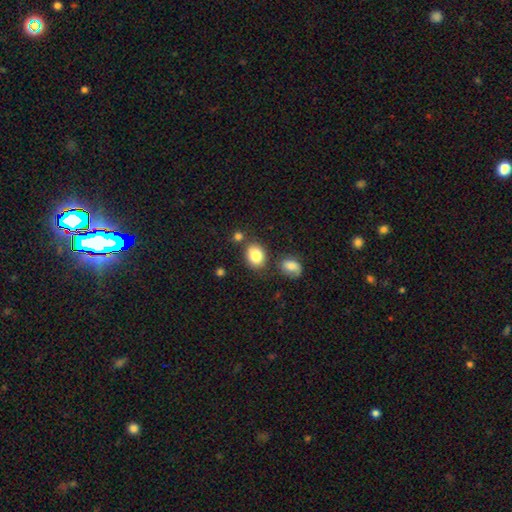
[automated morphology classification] Smooth or featured?
  - smooth: 84% *
  - star or artifact: 9%
  - featured or disk: 8%
How rounded?
  - in between: 60% *
  - round: 39%
  - cigar-shaped: 1%
Merging?
  - none: 72% *
  - minor disturbance: 14%
  - merger: 11%
  - major disturbance: 4%